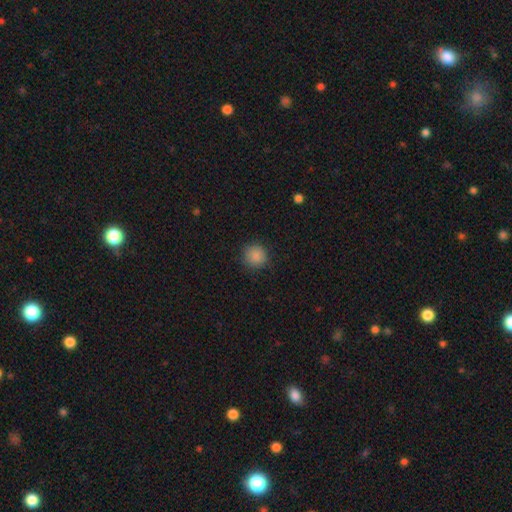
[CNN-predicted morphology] A smooth galaxy with no disk features (87%) that is round (92%). Merging: none (88%).